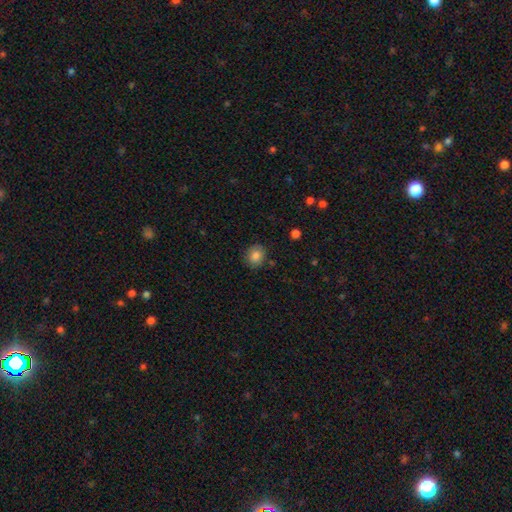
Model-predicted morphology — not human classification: smooth 83%, star or artifact 9%, featured or disk 7%. Down the decision tree: how rounded — round (67%); merging — none (85%).